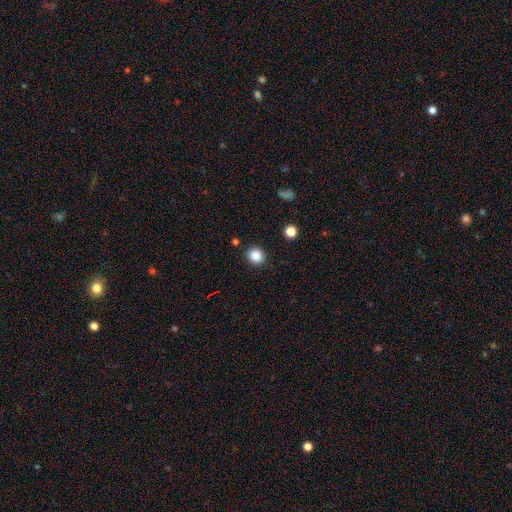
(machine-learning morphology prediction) smooth-or-featured: smooth: 85% | star or artifact: 11% | featured or disk: 4%
  how-rounded: round: 88% | in between: 11% | cigar-shaped: 1%
  merging: none: 91% | minor disturbance: 6% | major disturbance: 2% | merger: 2%